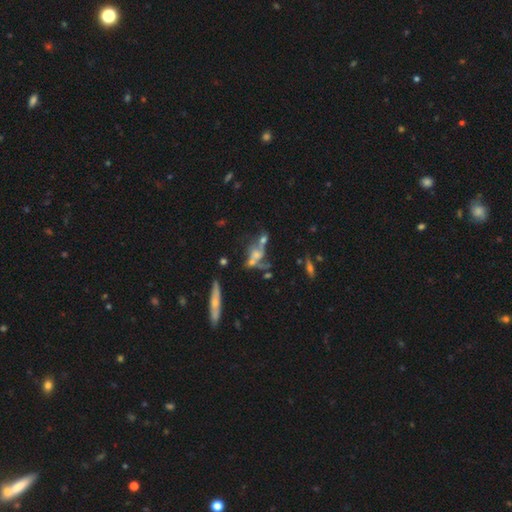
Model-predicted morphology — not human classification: smooth-or-featured: featured or disk: 51% | smooth: 32% | star or artifact: 17%
  disk-edge-on: no: 80% | yes: 20%
  merging: merger: 36% | none: 30% | major disturbance: 19% | minor disturbance: 15%